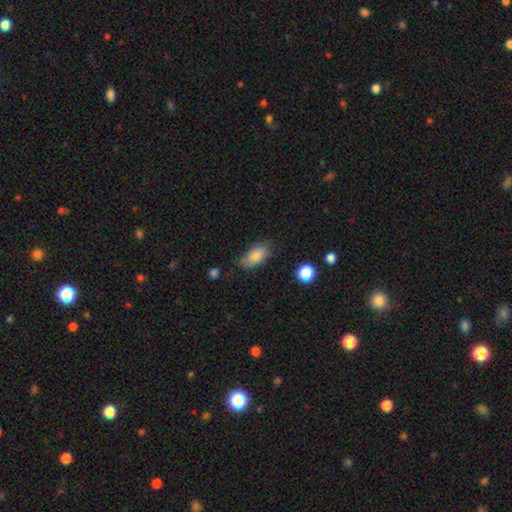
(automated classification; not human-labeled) A smooth galaxy with no disk features (82%) that is in between round and cigar-shaped (90%). Merging: none (70%).